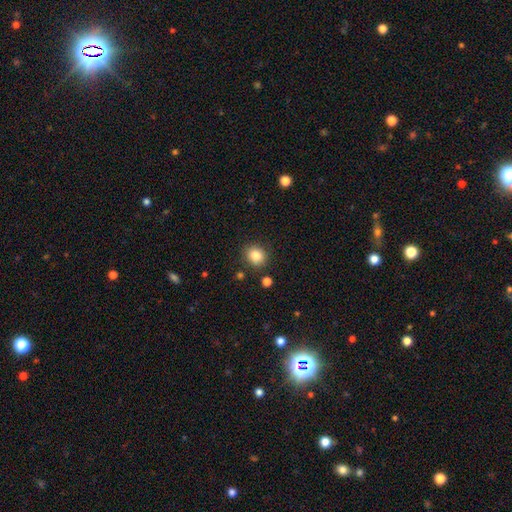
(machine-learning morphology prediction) A smooth galaxy with no disk features (84%) that is round (80%). Merging: none (87%).